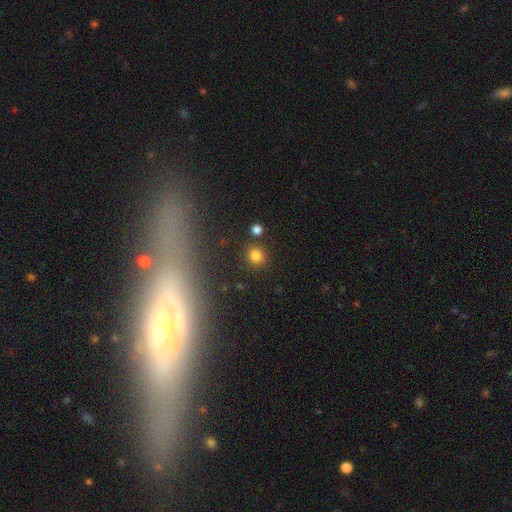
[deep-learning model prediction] smooth-or-featured: smooth: 80% | star or artifact: 15% | featured or disk: 5%
  how-rounded: round: 84% | in between: 15% | cigar-shaped: 1%
  merging: none: 84% | minor disturbance: 8% | merger: 5% | major disturbance: 3%